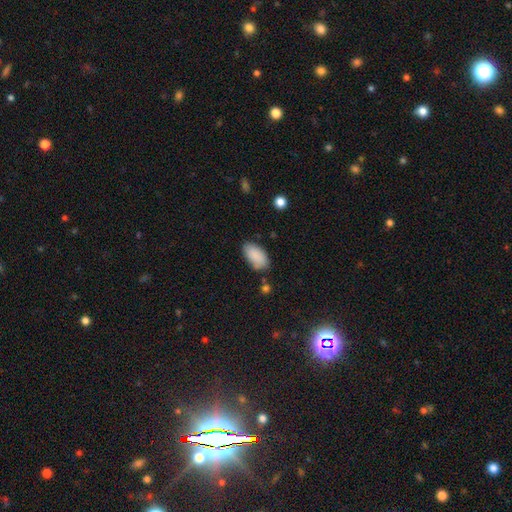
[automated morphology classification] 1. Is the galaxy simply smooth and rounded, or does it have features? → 88% smooth, 7% star or artifact, 5% featured or disk.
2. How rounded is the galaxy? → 95% in between, 3% round, 3% cigar-shaped.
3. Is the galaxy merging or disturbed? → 76% none, 17% minor disturbance, 4% major disturbance, 3% merger.